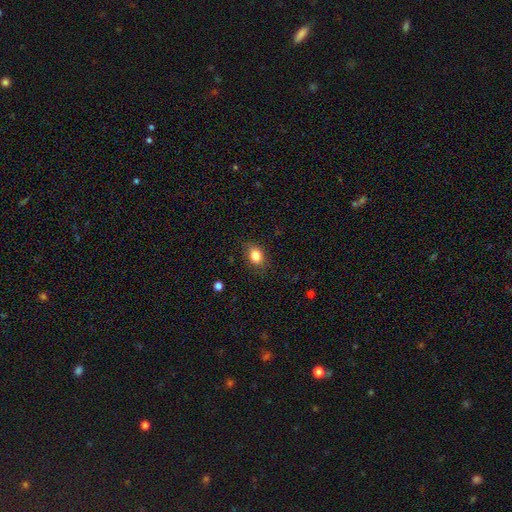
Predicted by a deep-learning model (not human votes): Overall: smooth (83%). How rounded: in between (66%; round 33%). Merging: none (81%).